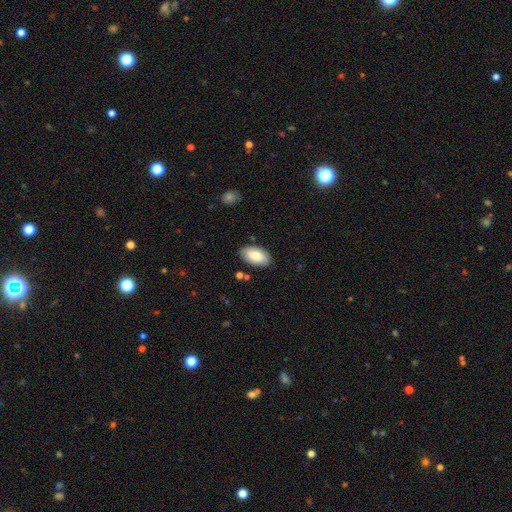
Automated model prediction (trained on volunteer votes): smooth-or-featured: smooth: 79% | featured or disk: 14% | star or artifact: 6%
  how-rounded: in between: 95% | round: 4% | cigar-shaped: 2%
  merging: none: 83% | minor disturbance: 12% | major disturbance: 3% | merger: 2%